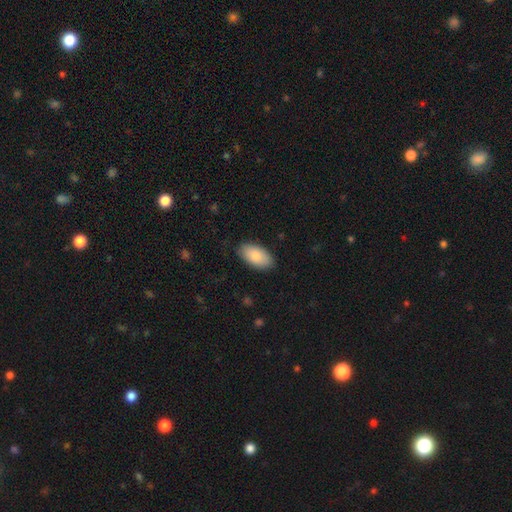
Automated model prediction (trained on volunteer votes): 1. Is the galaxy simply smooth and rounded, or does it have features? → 84% smooth, 10% featured or disk, 6% star or artifact.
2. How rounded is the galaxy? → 95% in between, 2% round, 2% cigar-shaped.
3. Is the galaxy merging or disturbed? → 86% none, 11% minor disturbance, 2% major disturbance, 1% merger.